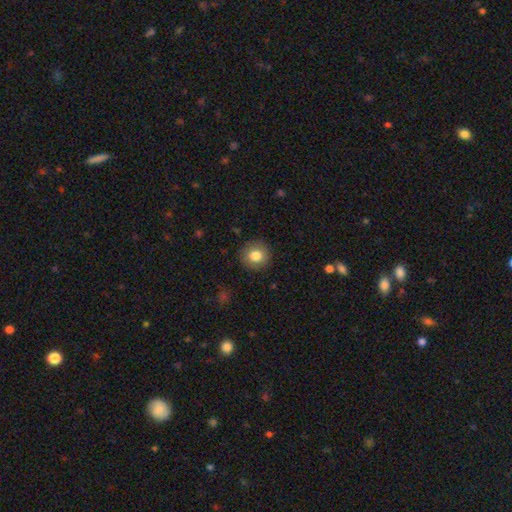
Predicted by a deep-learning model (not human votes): Smooth or featured? Predicted: smooth (p=0.82). How rounded? Predicted: round (p=0.90). Merging? Predicted: none (p=0.90).